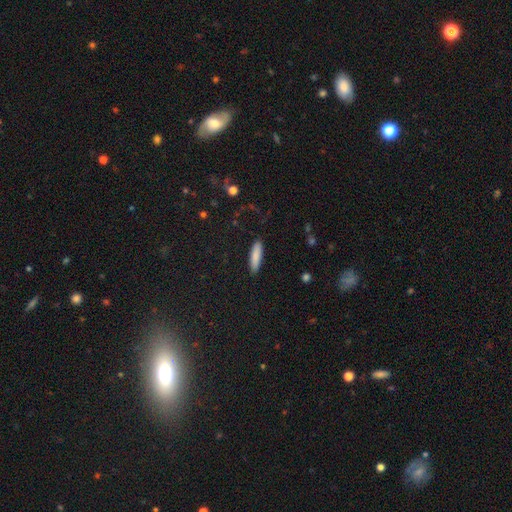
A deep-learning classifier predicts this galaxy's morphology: Smooth or featured?
  - smooth: 86% *
  - featured or disk: 8%
  - star or artifact: 6%
How rounded?
  - cigar-shaped: 71% *
  - in between: 28%
  - round: 2%
Merging?
  - none: 89% *
  - minor disturbance: 8%
  - major disturbance: 2%
  - merger: 1%